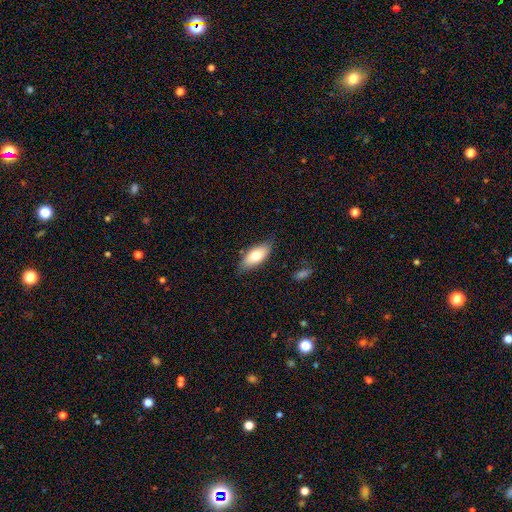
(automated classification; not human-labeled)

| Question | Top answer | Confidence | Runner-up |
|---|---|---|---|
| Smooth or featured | smooth | 76% | featured or disk (18%) |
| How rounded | in between | 86% | cigar-shaped (12%) |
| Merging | none | 79% | minor disturbance (16%) |